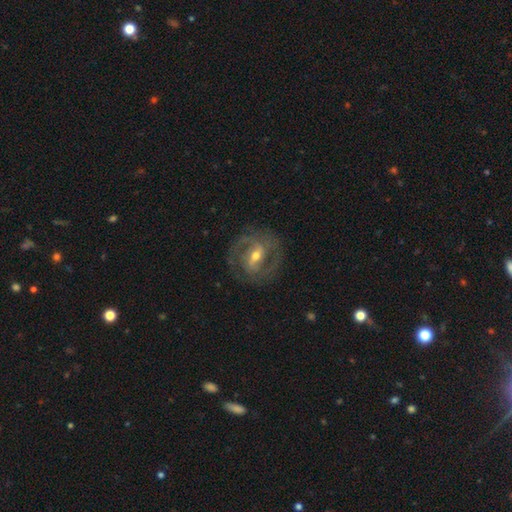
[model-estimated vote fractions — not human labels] A featured or disk galaxy (87%) with a strong bar (43%), 2 (80%) medium (49%) spiral arms (93%) and a moderate central bulge (61%).

Vote fractions:
- Smooth or featured? featured or disk: 87% / smooth: 8% / star or artifact: 5%
- Edge-on disk? no: 96% / yes: 4%
- Bar? strong: 43% / weak: 42% / no: 14%
- Spiral arms? yes: 93% / no: 7%
- Spiral winding? medium: 49% / tight: 38% / loose: 12%
- Spiral arm count? 2: 80% / can't tell: 8% / 3: 6% / 1: 2% / 4: 2% / more than 4: 2%
- Bulge size? moderate: 61% / small: 34% / large: 3% / none: 1% / dominant: 1%
- Merging? none: 79% / minor disturbance: 13% / major disturbance: 7% / merger: 1%